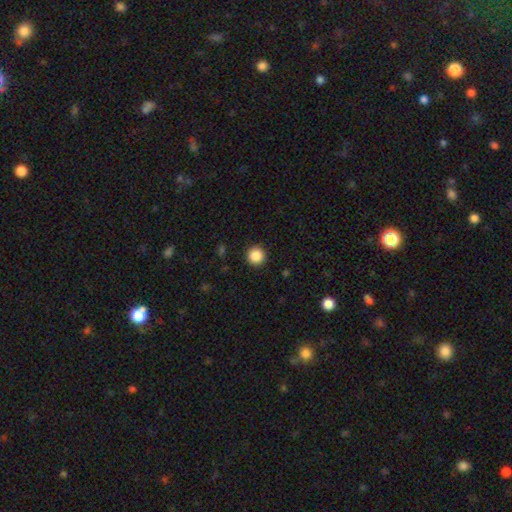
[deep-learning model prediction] Smooth or featured? Predicted: smooth (p=0.87). How rounded? Predicted: round (p=0.96). Merging? Predicted: none (p=0.93).